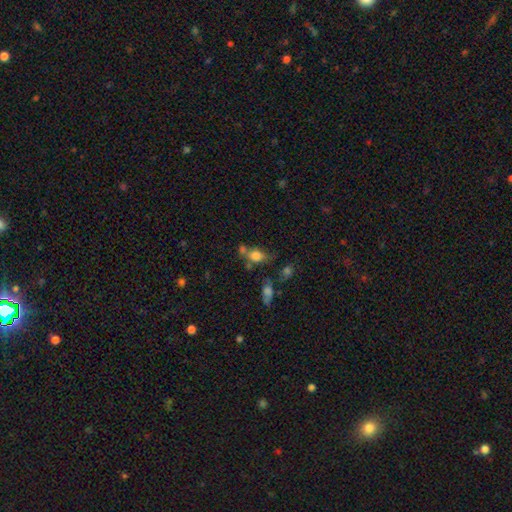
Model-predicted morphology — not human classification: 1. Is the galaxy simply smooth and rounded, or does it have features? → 73% smooth, 14% featured or disk, 13% star or artifact.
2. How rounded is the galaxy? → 61% in between, 34% round, 4% cigar-shaped.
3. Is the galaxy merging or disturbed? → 39% none, 33% merger, 17% minor disturbance, 11% major disturbance.